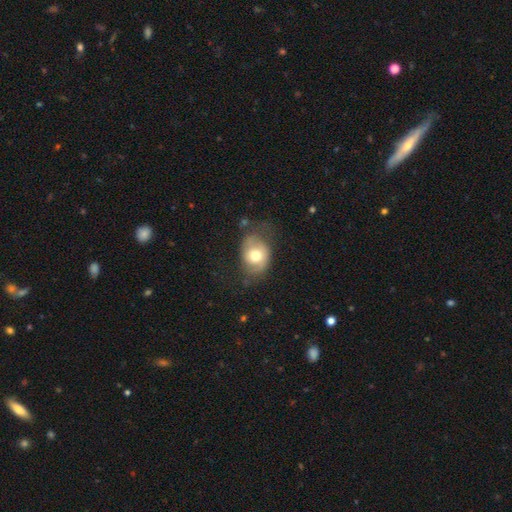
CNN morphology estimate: Smooth or featured? smooth (59%)
How rounded? in between (59%)
Merging? none (46%)